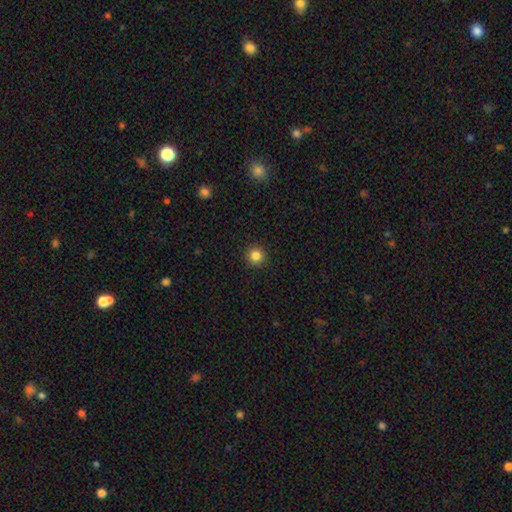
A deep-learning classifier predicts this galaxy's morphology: Smooth or featured? Predicted: smooth (p=0.84). How rounded? Predicted: round (p=0.95). Merging? Predicted: none (p=0.92).